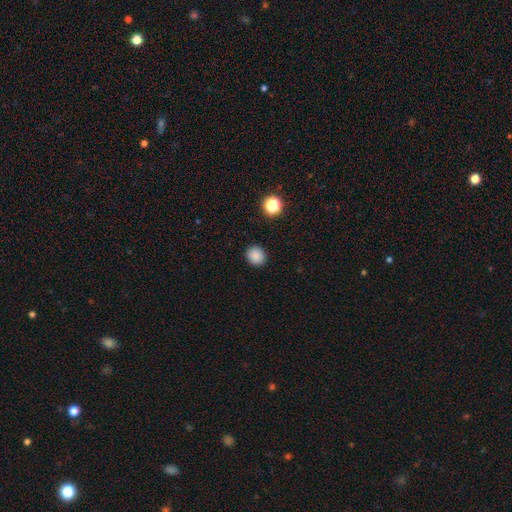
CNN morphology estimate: A smooth galaxy with no disk features (86%) that is round (81%).

Vote fractions:
- Smooth or featured? smooth: 86% / star or artifact: 11% / featured or disk: 3%
- How rounded? round: 81% / in between: 18% / cigar-shaped: 1%
- Merging? none: 91% / minor disturbance: 6% / major disturbance: 2% / merger: 1%